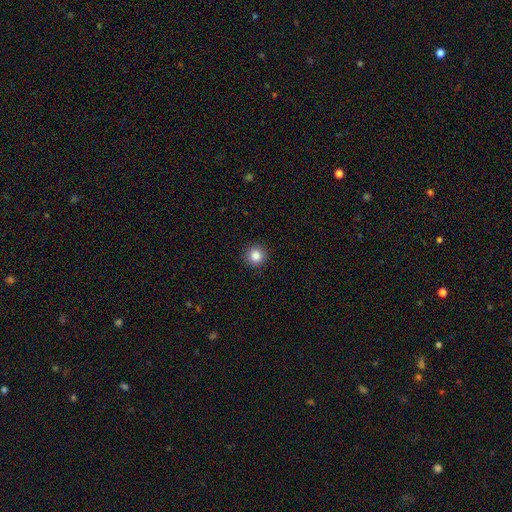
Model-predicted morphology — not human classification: type=smooth (85%); roundness=round (94%); merging=none (92%).